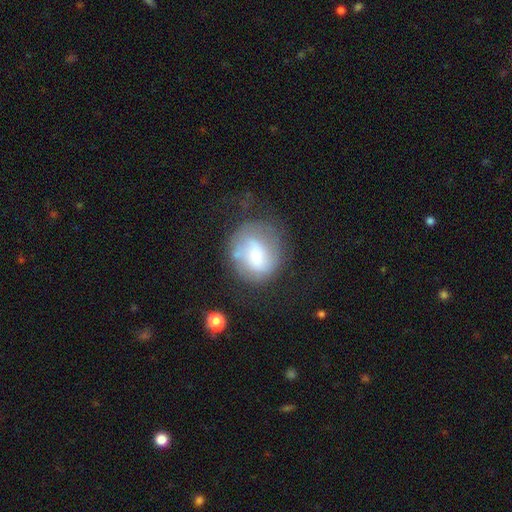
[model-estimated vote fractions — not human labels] smooth-or-featured: smooth: 47% | featured or disk: 44% | star or artifact: 9%
  merging: none: 48% | minor disturbance: 24% | major disturbance: 23% | merger: 5%